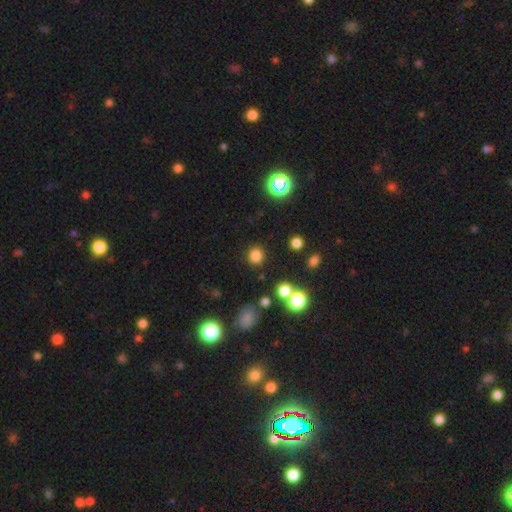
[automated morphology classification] Overall: smooth (79%). How rounded: round (90%). Merging: none (87%).